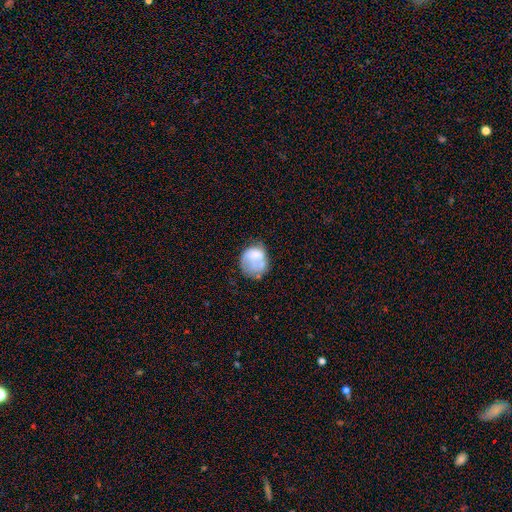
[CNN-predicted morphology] Smooth or featured?
  - smooth: 58% *
  - featured or disk: 34%
  - star or artifact: 9%
How rounded?
  - round: 62% *
  - in between: 37%
  - cigar-shaped: 1%
Merging?
  - none: 39% *
  - minor disturbance: 27%
  - major disturbance: 24%
  - merger: 10%